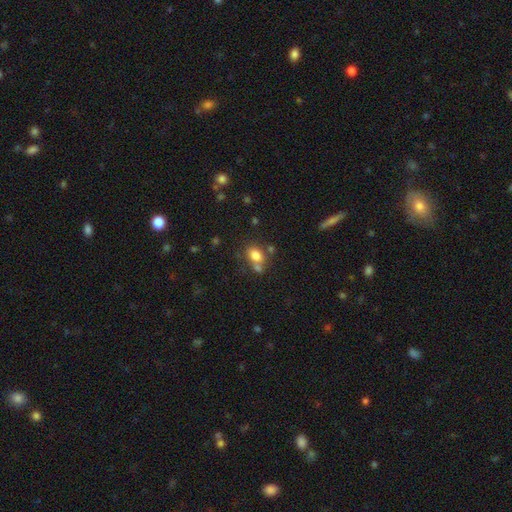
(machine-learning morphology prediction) This appears to be a smooth galaxy with no disk features (78%) that is in between round and cigar-shaped (72%). Merging: none (51%).